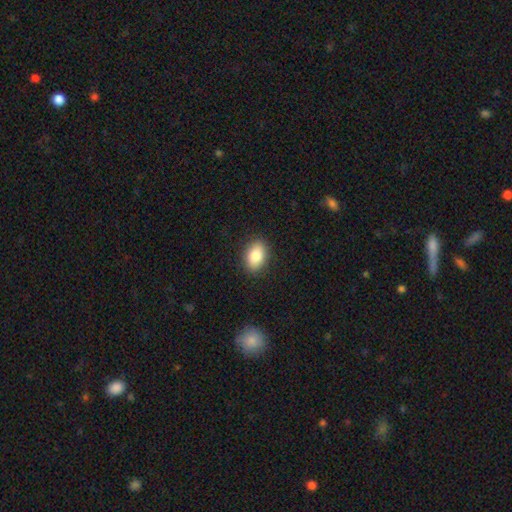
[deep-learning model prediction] Smooth or featured: smooth — 84% (featured or disk — 8%)
How rounded: in between — 84% (round — 14%)
Merging: none — 88% (minor disturbance — 8%)